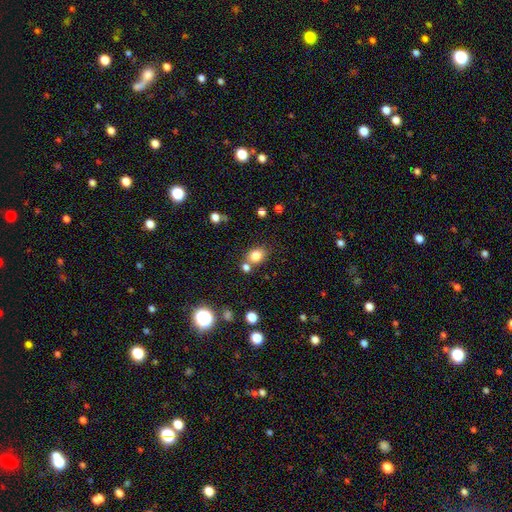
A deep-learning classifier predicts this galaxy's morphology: A smooth galaxy with no disk features (81%) that is in between round and cigar-shaped (53%). Merging: none (66%).